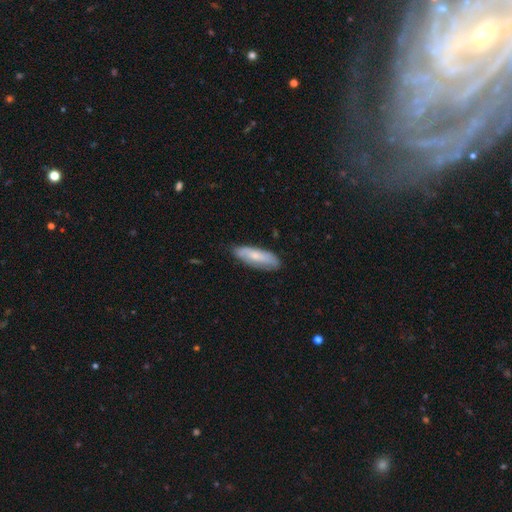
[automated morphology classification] Q: Smooth or featured?
A: smooth (58%); runner-up: featured or disk (35%)
Q: How rounded?
A: in between (56%); runner-up: cigar-shaped (42%)
Q: Merging?
A: none (77%); runner-up: minor disturbance (18%)